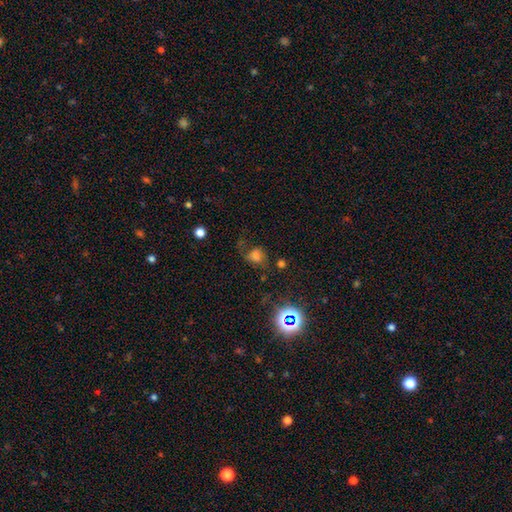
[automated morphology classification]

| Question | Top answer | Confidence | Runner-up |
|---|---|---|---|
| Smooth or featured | smooth | 56% | star or artifact (25%) |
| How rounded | round | 57% | in between (42%) |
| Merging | none | 46% | major disturbance (26%) |